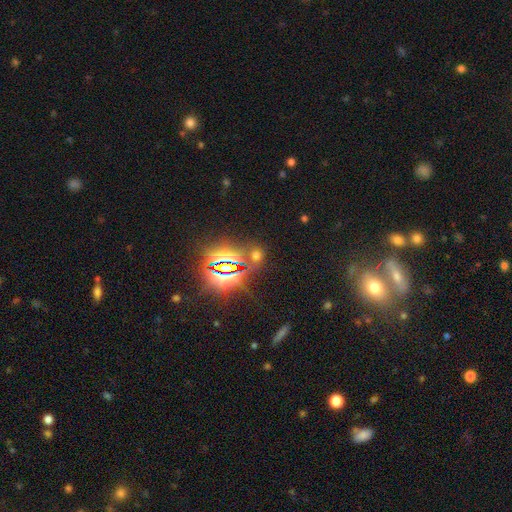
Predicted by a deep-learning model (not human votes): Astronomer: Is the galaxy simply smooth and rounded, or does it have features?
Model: star or artifact — 58% (runner-up: smooth, 35%).